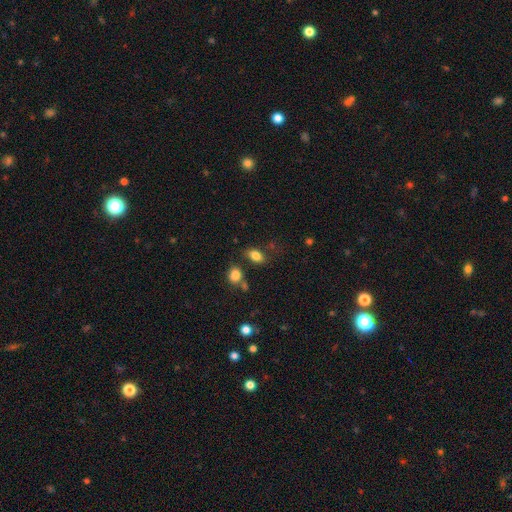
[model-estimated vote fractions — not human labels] Smooth or featured? Predicted: smooth (p=0.82). How rounded? Predicted: in between (p=0.84). Merging? Predicted: none (p=0.70).